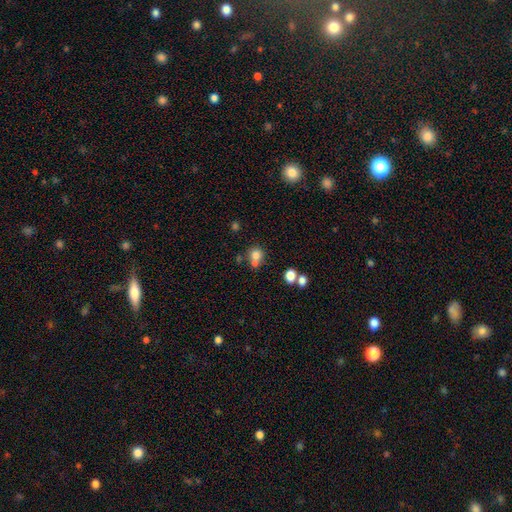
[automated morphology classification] Overall: smooth (76%). How rounded: round (80%). Merging: none (47%; merger 39%).